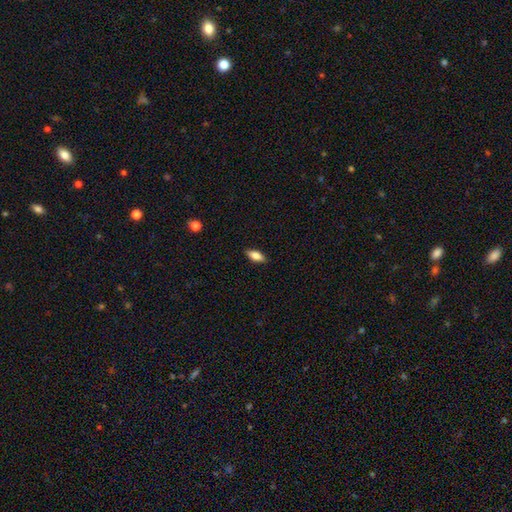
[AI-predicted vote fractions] Morphology: type=smooth (76%); roundness=in between (80%); merging=none (87%).